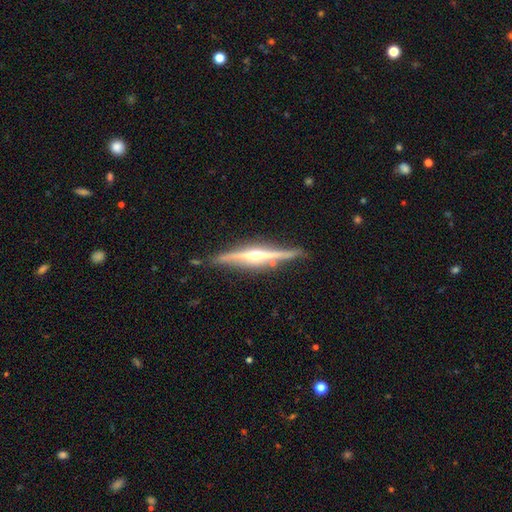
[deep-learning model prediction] A featured or disk galaxy (85%) viewed edge-on (98%) with a rounded central bulge (88%).

Vote fractions:
- Smooth or featured? featured or disk: 85% / smooth: 11% / star or artifact: 5%
- Edge-on disk? yes: 98% / no: 2%
- Edge-on bulge? rounded: 88% / none: 6% / boxy: 6%
- Merging? none: 84% / minor disturbance: 11% / merger: 2% / major disturbance: 2%